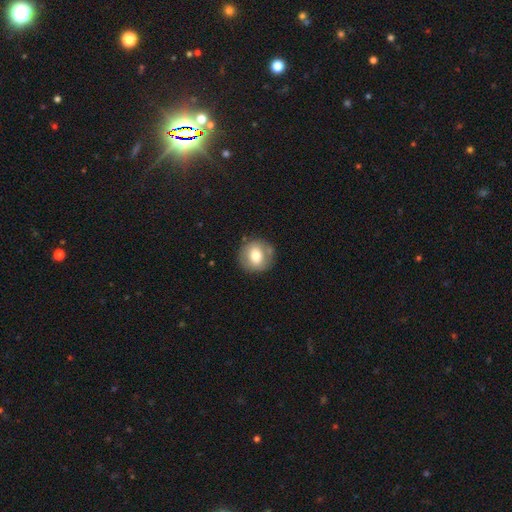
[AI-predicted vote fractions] This appears to be a smooth galaxy with no disk features (69%) that is round (87%). Merging: none (78%).